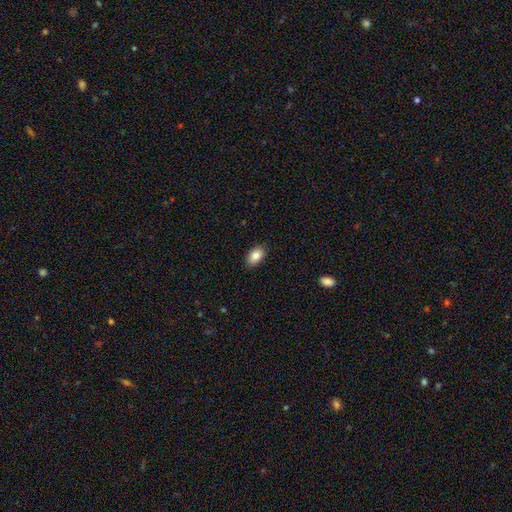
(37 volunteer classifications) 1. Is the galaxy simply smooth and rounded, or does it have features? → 81% smooth, 16% featured or disk, 3% star or artifact.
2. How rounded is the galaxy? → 97% in between, 3% round, 0% cigar-shaped.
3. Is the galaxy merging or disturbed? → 83% none, 14% minor disturbance, 3% major disturbance, 0% merger.